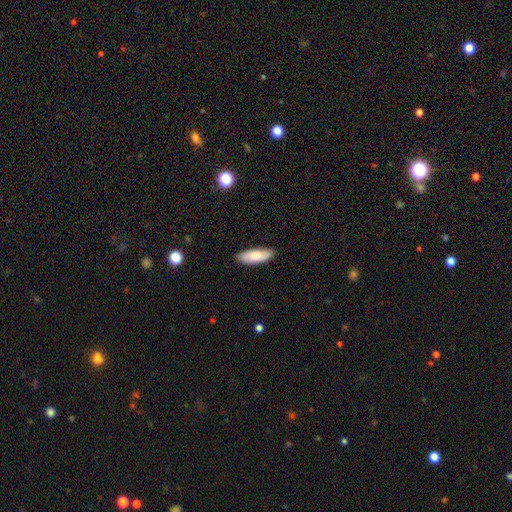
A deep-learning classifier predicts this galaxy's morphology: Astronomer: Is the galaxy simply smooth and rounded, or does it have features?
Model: smooth — 82%.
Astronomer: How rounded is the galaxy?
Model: in between — 65%.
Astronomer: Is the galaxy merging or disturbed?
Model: none — 85%.